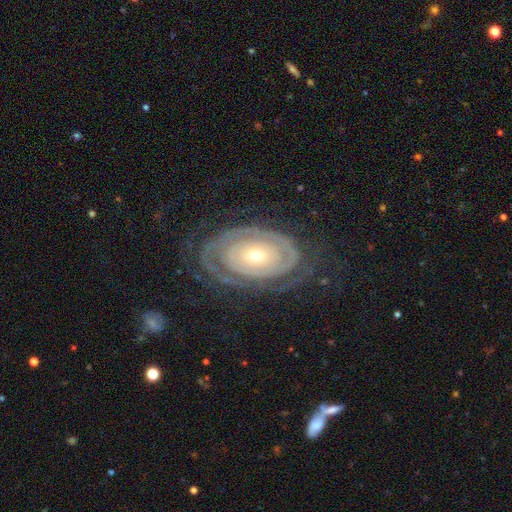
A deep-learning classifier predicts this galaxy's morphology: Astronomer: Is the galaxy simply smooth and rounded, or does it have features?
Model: featured or disk — 84%.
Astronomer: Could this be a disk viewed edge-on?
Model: no — 95%.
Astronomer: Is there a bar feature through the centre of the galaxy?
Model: no — 84%.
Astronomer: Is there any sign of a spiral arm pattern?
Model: yes — 84%.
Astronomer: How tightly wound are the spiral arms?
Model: tight — 84%.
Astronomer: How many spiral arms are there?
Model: can't tell — 38% (runner-up: 2, 31%).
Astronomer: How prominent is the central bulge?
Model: small — 66%.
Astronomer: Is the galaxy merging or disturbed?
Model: none — 75%.